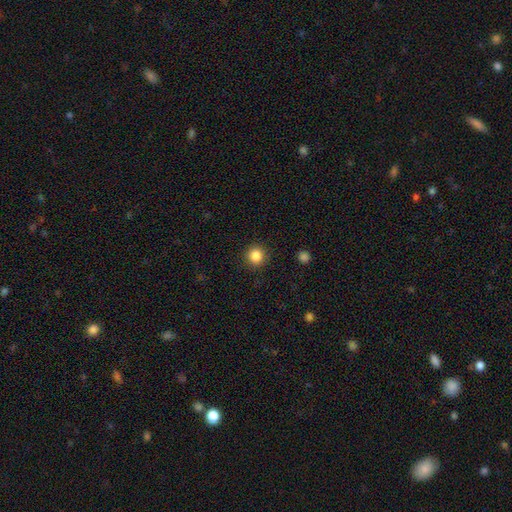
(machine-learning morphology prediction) smooth_or_featured: smooth (p=0.85) [alt: star or artifact p=0.11]
how_rounded: round (p=0.94) [alt: in between p=0.05]
merging: none (p=0.91) [alt: minor disturbance p=0.06]